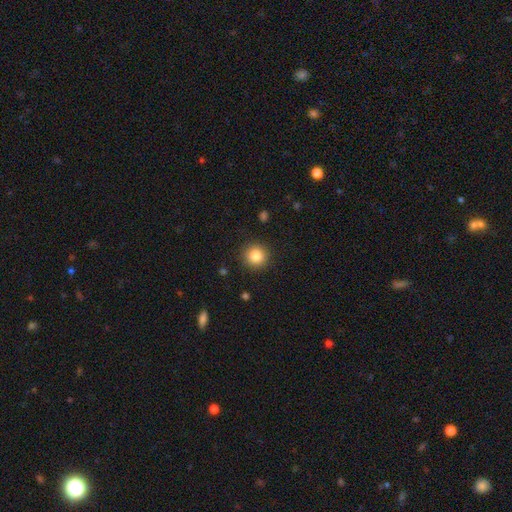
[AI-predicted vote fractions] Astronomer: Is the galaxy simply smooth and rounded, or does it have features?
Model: smooth — 84%.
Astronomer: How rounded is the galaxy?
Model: round — 94%.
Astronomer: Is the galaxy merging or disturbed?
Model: none — 91%.